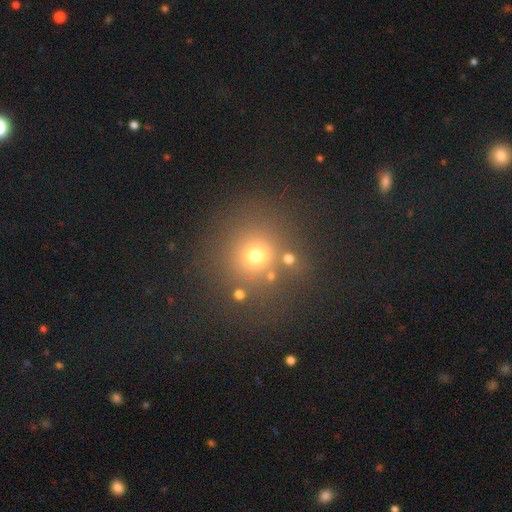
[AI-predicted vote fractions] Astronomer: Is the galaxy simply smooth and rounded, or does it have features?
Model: smooth — 67%.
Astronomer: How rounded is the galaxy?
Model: round — 89%.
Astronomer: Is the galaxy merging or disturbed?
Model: none — 75%.